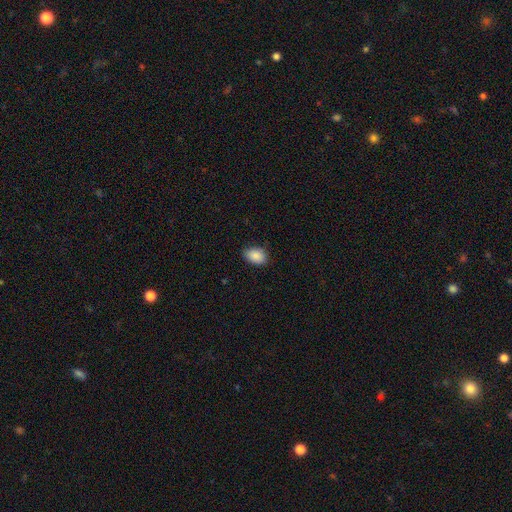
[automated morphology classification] This is clearly a smooth galaxy (89%). How rounded: clearly in between (85%). Merging: clearly none (83%).